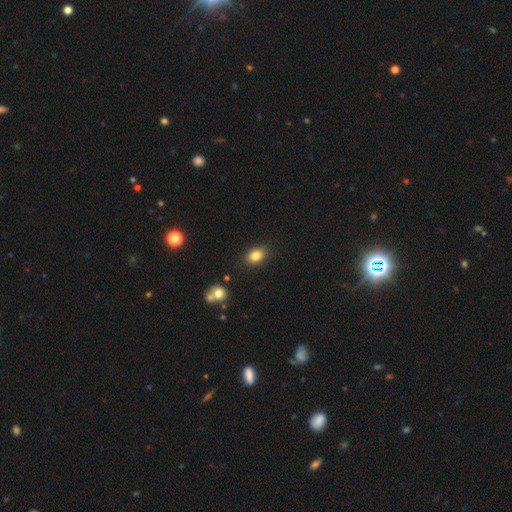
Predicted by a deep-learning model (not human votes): Smooth or featured?
  - smooth: 83% *
  - star or artifact: 10%
  - featured or disk: 7%
How rounded?
  - in between: 77% *
  - round: 21%
  - cigar-shaped: 1%
Merging?
  - none: 86% *
  - minor disturbance: 9%
  - major disturbance: 2%
  - merger: 2%